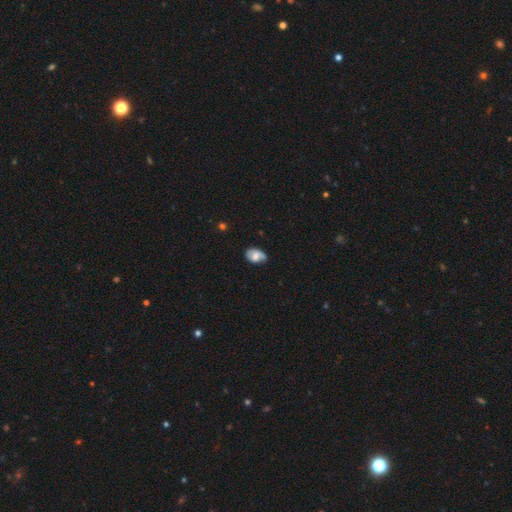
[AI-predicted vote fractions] Q: Smooth or featured?
A: smooth (53%); runner-up: featured or disk (39%)
Q: How rounded?
A: in between (83%); runner-up: round (15%)
Q: Merging?
A: none (60%); runner-up: minor disturbance (30%)